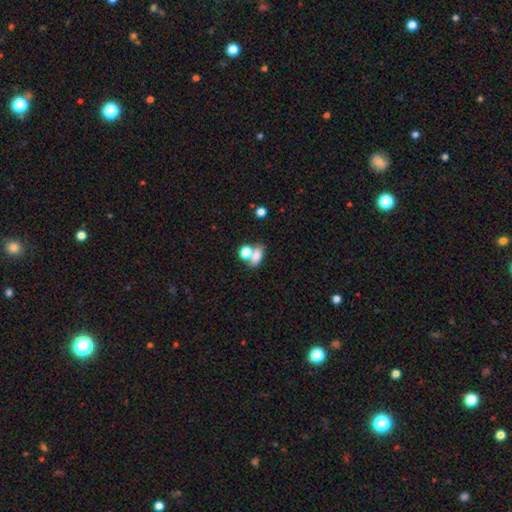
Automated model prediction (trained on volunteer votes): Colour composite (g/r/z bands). It shows a smooth galaxy with no disk features (76%) that is in between round and cigar-shaped (75%). Merging: merger (45%).